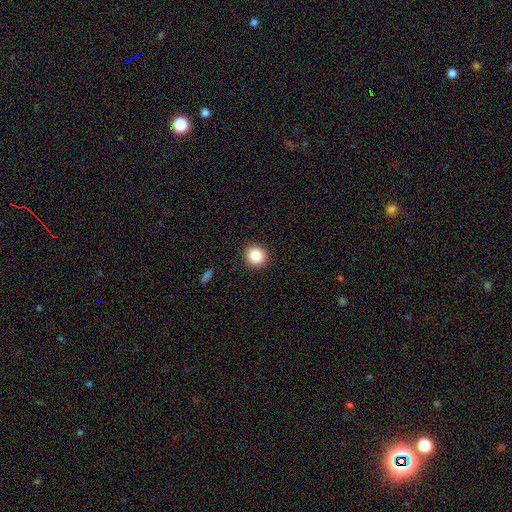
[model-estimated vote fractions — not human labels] This is clearly a smooth galaxy (88%). How rounded: clearly round (89%). Merging: clearly none (91%).